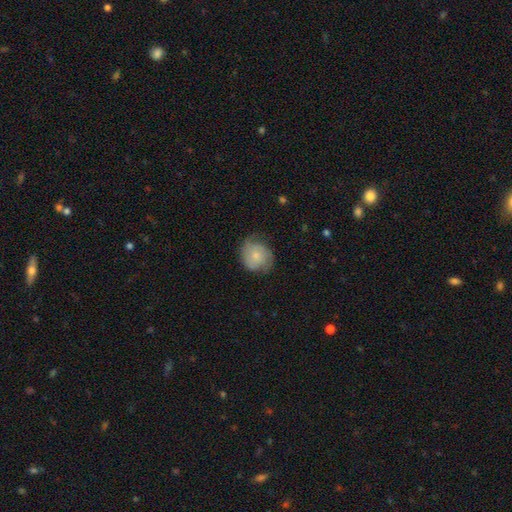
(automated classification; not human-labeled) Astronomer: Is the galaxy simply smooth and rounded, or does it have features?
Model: smooth — 57% (runner-up: featured or disk, 36%).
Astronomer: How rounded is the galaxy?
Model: round — 77%.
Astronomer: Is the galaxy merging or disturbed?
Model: none — 58%.